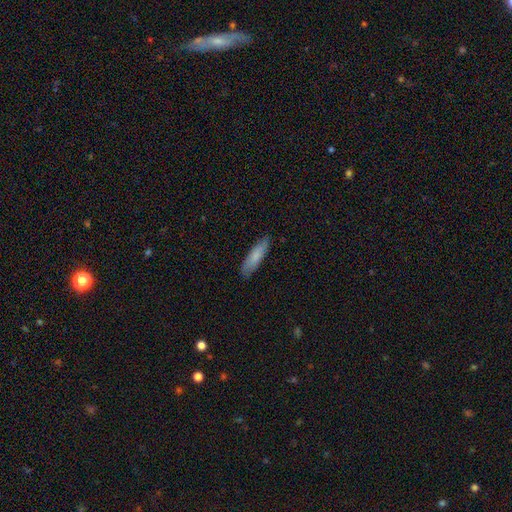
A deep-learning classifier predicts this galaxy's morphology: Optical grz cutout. It shows a smooth galaxy with no disk features (79%) that is cigar-shaped (68%). Merging: none (84%).